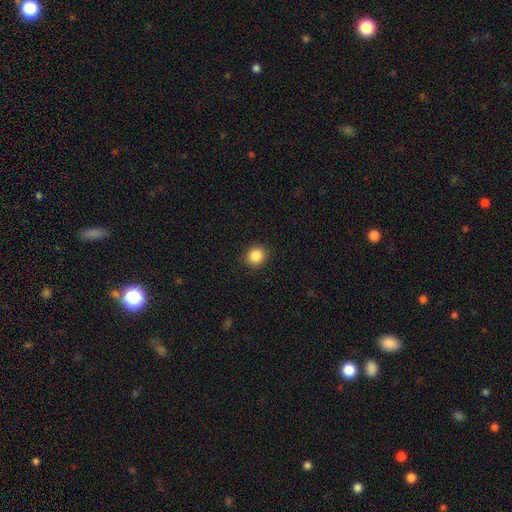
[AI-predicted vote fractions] This appears to be a smooth galaxy with no disk features (86%) that is round (86%). Merging: none (90%).